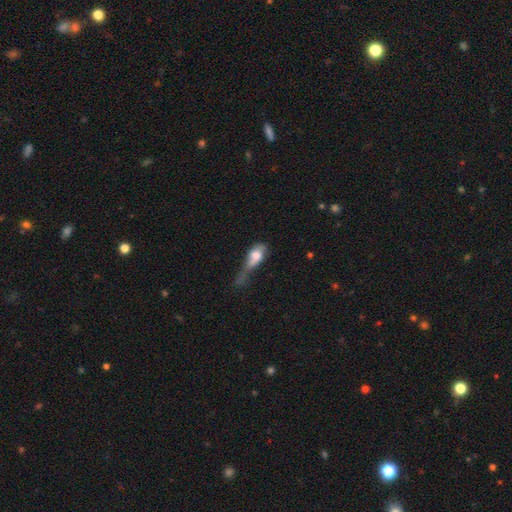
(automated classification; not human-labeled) smooth-or-featured: smooth: 61% | featured or disk: 30% | star or artifact: 9%
  how-rounded: in between: 71% | cigar-shaped: 15% | round: 14%
  merging: major disturbance: 48% | merger: 21% | minor disturbance: 18% | none: 13%